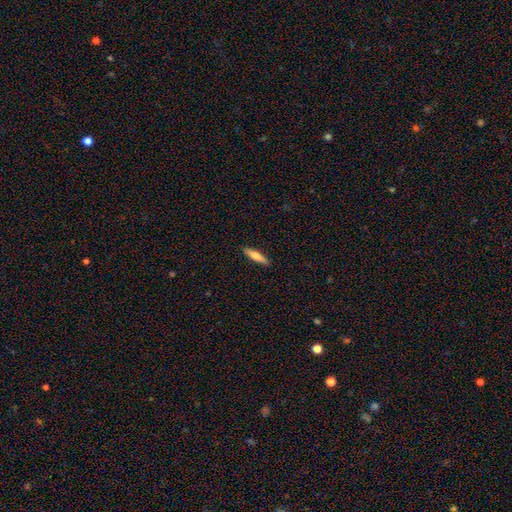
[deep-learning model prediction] Smooth or featured?
  - smooth: 67% *
  - featured or disk: 27%
  - star or artifact: 6%
How rounded?
  - cigar-shaped: 80% *
  - in between: 19%
  - round: 2%
Merging?
  - none: 90% *
  - minor disturbance: 8%
  - major disturbance: 2%
  - merger: 1%